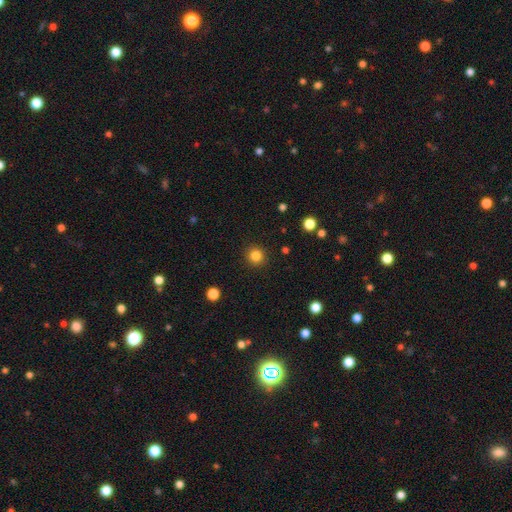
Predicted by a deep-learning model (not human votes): Smooth or featured: smooth — 84% (star or artifact — 12%)
How rounded: round — 94% (in between — 5%)
Merging: none — 92% (minor disturbance — 5%)